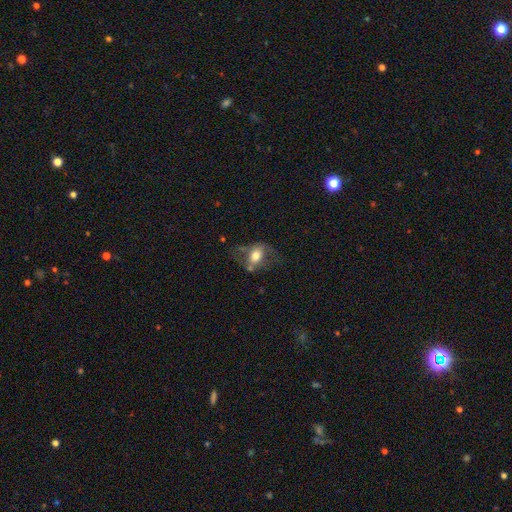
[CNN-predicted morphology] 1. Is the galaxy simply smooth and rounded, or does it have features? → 55% smooth, 37% featured or disk, 8% star or artifact.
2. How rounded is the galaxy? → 74% in between, 24% round, 2% cigar-shaped.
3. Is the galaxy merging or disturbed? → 43% none, 25% major disturbance, 24% minor disturbance, 8% merger.